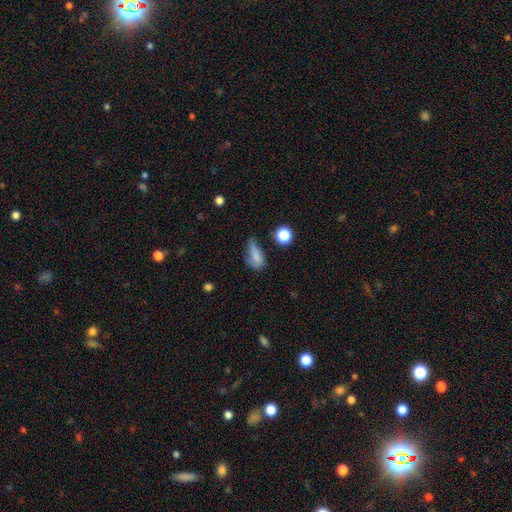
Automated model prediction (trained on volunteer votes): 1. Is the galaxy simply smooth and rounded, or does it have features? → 72% smooth, 17% featured or disk, 11% star or artifact.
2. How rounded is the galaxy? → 75% in between, 16% cigar-shaped, 9% round.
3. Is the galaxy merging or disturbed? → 37% none, 36% minor disturbance, 22% major disturbance, 5% merger.